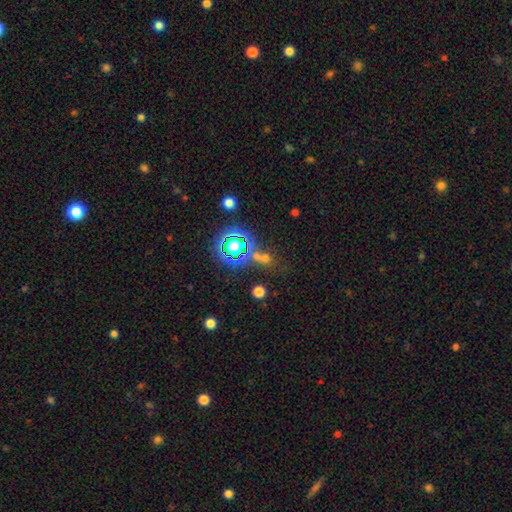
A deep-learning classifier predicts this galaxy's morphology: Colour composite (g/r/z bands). It shows a star or artifact, not a galaxy (68%).